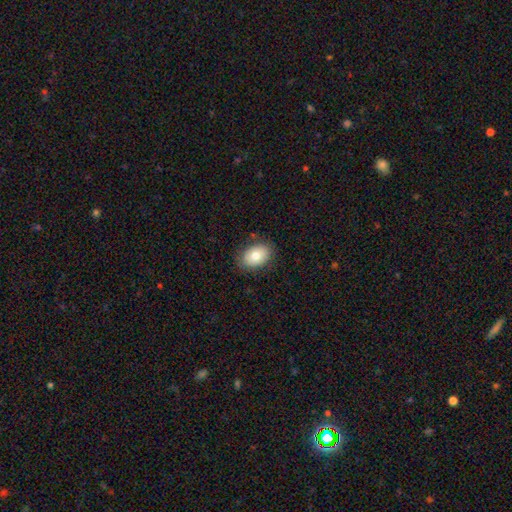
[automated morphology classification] Q: Smooth or featured?
A: smooth (78%); runner-up: featured or disk (15%)
Q: How rounded?
A: in between (79%); runner-up: round (20%)
Q: Merging?
A: none (84%); runner-up: minor disturbance (12%)